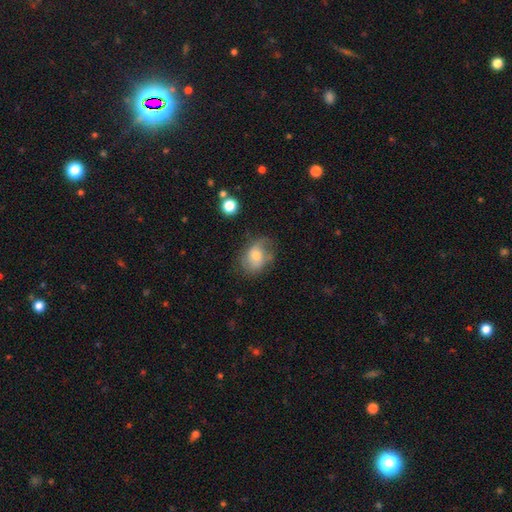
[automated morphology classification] Smooth or featured: smooth — 56% (featured or disk — 35%)
How rounded: in between — 68% (round — 30%)
Merging: none — 56% (minor disturbance — 29%)